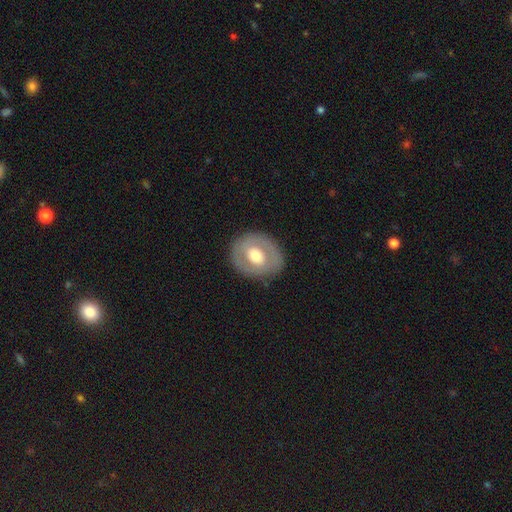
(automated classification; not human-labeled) featured or disk 50%, smooth 44%, star or artifact 6%. Down the decision tree: merging — none (83%).